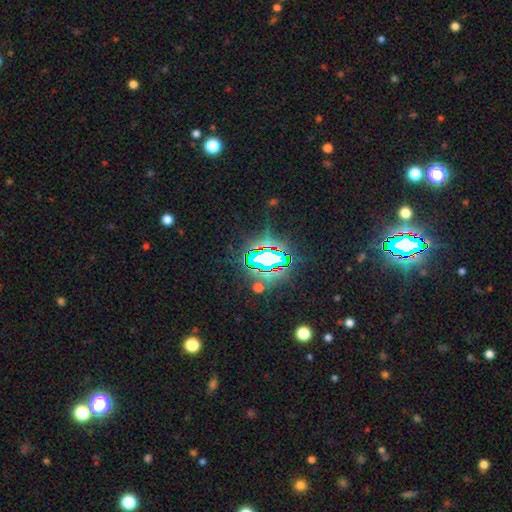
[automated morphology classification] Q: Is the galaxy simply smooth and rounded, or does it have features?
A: star or artifact — 79%.